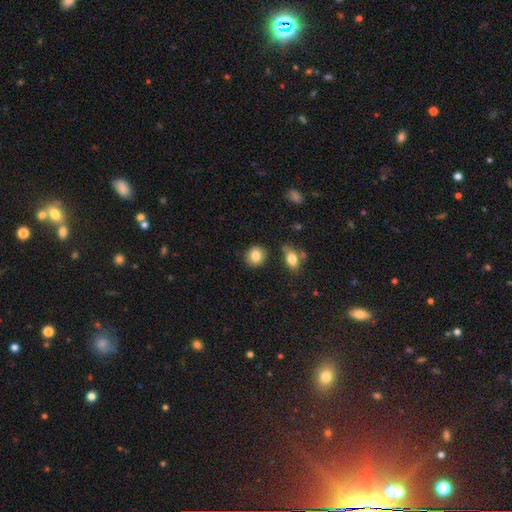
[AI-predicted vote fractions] Smooth or featured? smooth (84%)
How rounded? round (78%)
Merging? none (84%)